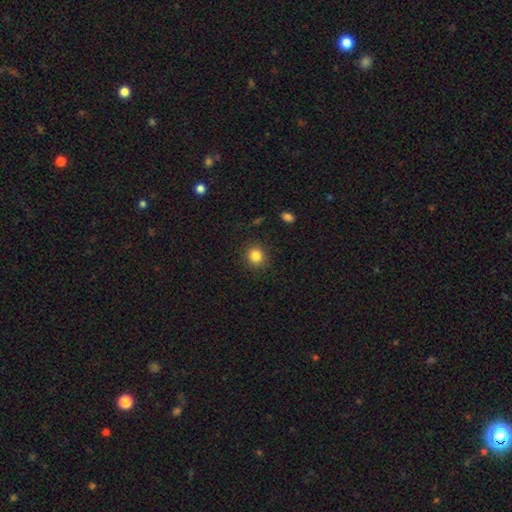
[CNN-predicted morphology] Overall: smooth (84%). How rounded: round (88%). Merging: none (89%).